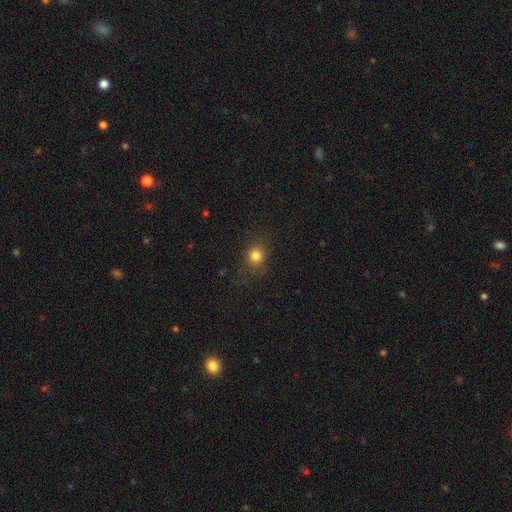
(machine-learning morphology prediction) smooth 79%, star or artifact 14%, featured or disk 7%. Down the decision tree: how rounded — round (80%); merging — none (78%).